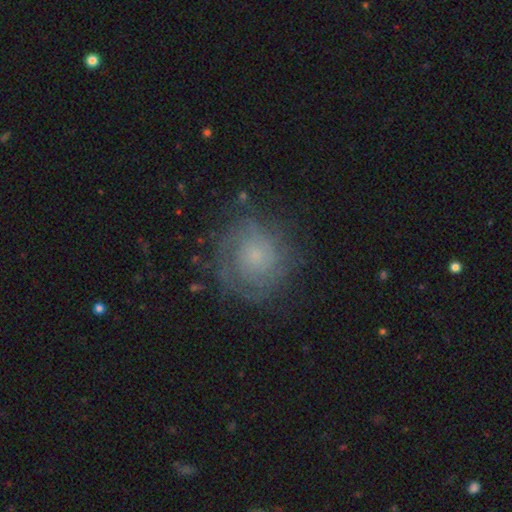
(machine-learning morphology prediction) featured or disk 64%, smooth 26%, star or artifact 10%. Down the decision tree: edge-on disk — no (98%); bar — no (79%); spiral arms — yes (87%); spiral arm count — can't tell (47%); spiral winding — tight (69%); bulge size — small (64%); merging — none (75%).